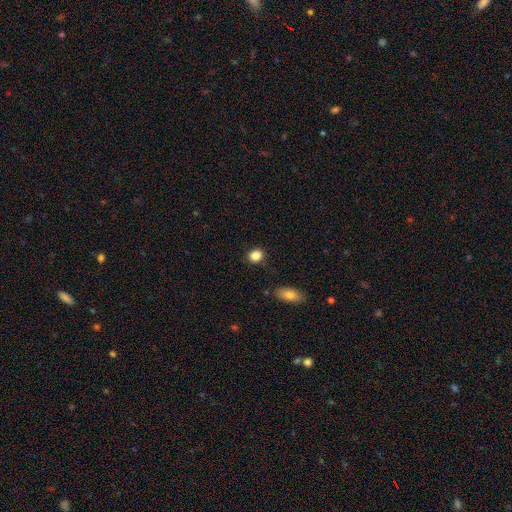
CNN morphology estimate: A smooth galaxy with no disk features (85%) that is round (71%).

Vote fractions:
- Smooth or featured? smooth: 85% / star or artifact: 10% / featured or disk: 5%
- How rounded? round: 71% / in between: 28% / cigar-shaped: 1%
- Merging? none: 85% / minor disturbance: 10% / major disturbance: 3% / merger: 2%